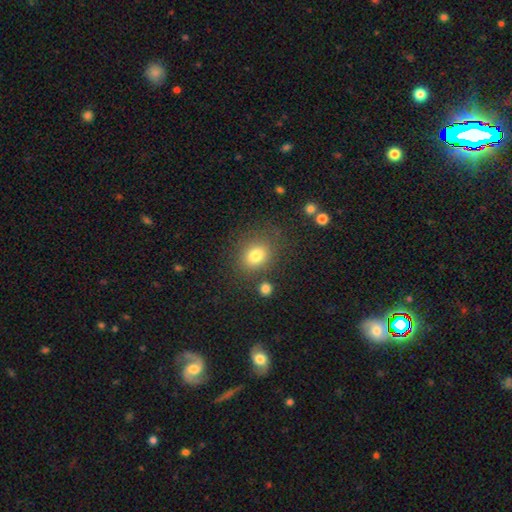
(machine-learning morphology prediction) A smooth galaxy with no disk features (79%) that is round (63%).

Vote fractions:
- Smooth or featured? smooth: 79% / star or artifact: 12% / featured or disk: 8%
- How rounded? round: 63% / in between: 36% / cigar-shaped: 1%
- Merging? none: 75% / minor disturbance: 13% / merger: 6% / major disturbance: 6%